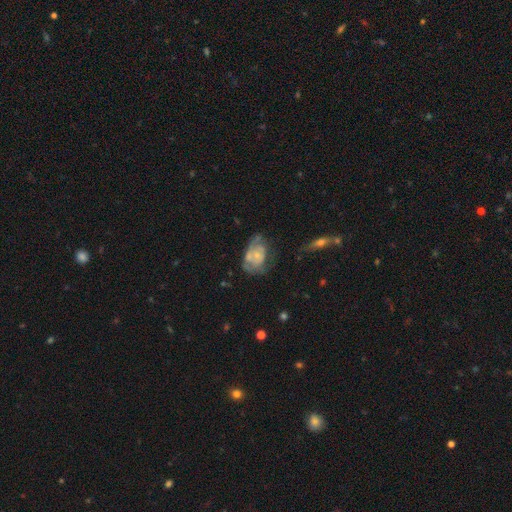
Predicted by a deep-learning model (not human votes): Smooth or featured?
  - featured or disk: 61% *
  - smooth: 31%
  - star or artifact: 8%
Edge-on disk?
  - no: 96% *
  - yes: 4%
Bar?
  - no: 80% *
  - weak: 17%
  - strong: 3%
Spiral arms?
  - yes: 55% *
  - no: 45%
Bulge size?
  - small: 59% *
  - moderate: 24%
  - none: 13%
  - large: 2%
  - dominant: 1%
Merging?
  - none: 36% *
  - minor disturbance: 27%
  - major disturbance: 25%
  - merger: 11%